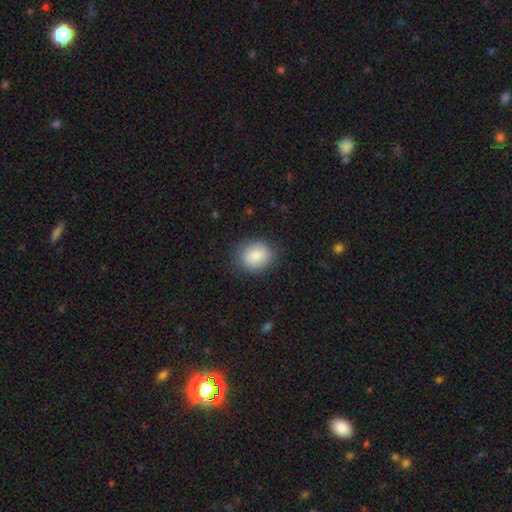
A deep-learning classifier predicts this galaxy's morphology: smooth 86%, star or artifact 7%, featured or disk 6%. Down the decision tree: how rounded — round (61%); merging — none (81%).